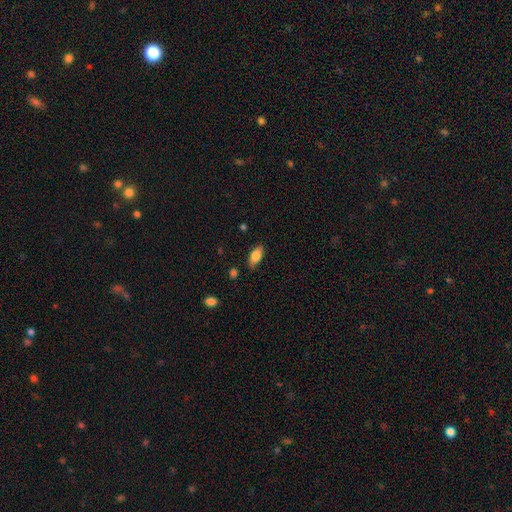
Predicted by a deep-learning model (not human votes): smooth 81%, featured or disk 12%, star or artifact 7%. Down the decision tree: how rounded — in between (87%); merging — none (82%).